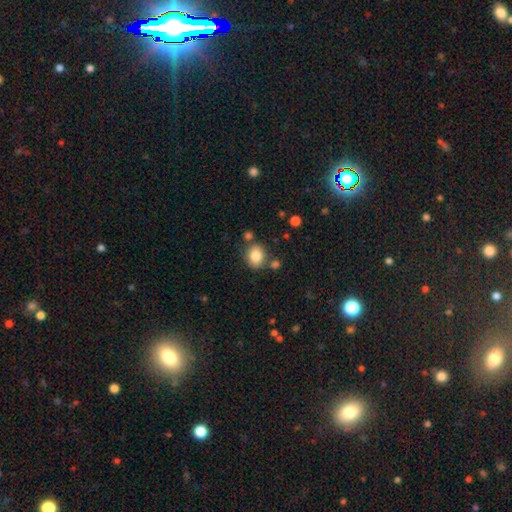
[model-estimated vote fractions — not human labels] smooth 84%, star or artifact 9%, featured or disk 7%. Down the decision tree: how rounded — round (56%); merging — none (73%).